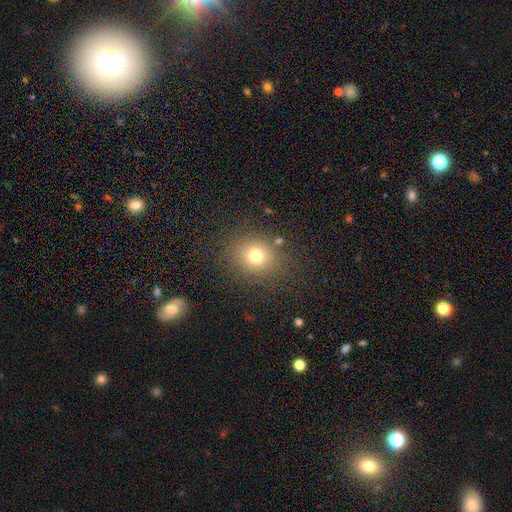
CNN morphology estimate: The model was most divided on "smooth or featured": smooth: 73%, star or artifact: 17%, featured or disk: 10%. More confident: merging — none (83%); how rounded — round (78%).